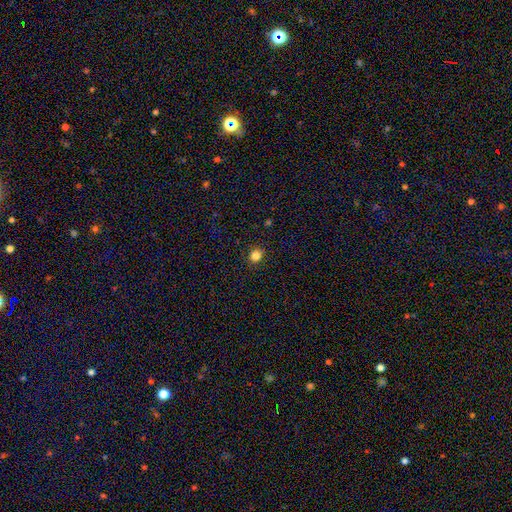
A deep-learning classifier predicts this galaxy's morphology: This appears to be a smooth galaxy with no disk features (84%) that is round (76%). Merging: none (90%).